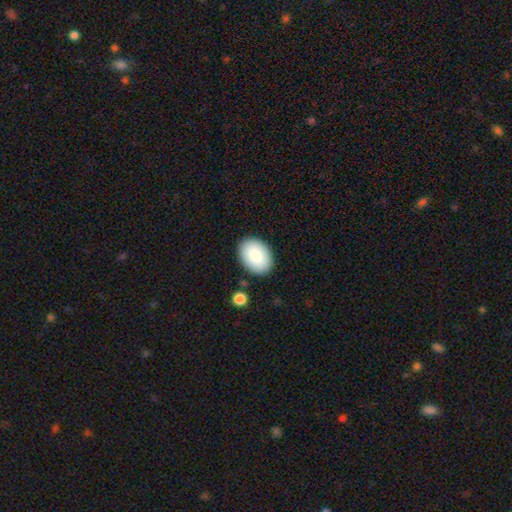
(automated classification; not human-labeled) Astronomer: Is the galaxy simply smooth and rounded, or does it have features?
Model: smooth — 86%.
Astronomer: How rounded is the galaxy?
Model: in between — 81%.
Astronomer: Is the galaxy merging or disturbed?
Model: none — 87%.